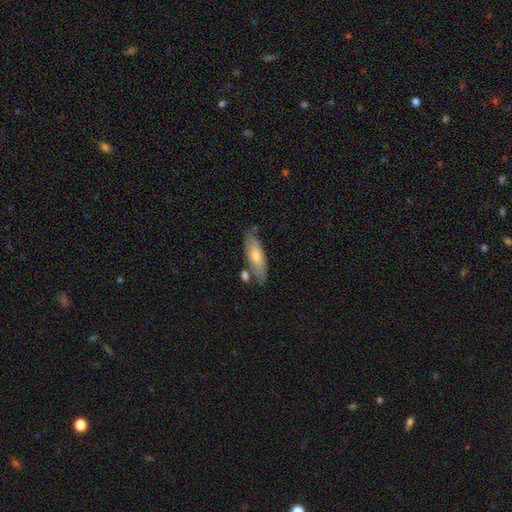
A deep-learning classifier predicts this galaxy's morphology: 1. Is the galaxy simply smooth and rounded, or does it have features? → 56% smooth, 38% featured or disk, 6% star or artifact.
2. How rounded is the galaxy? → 55% in between, 43% cigar-shaped, 2% round.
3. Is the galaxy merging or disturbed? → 67% none, 19% minor disturbance, 10% merger, 4% major disturbance.